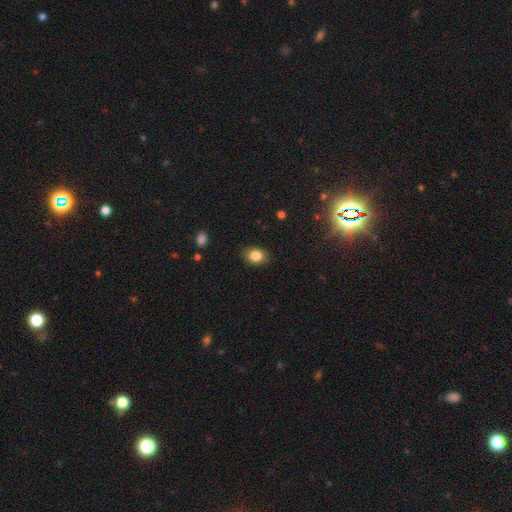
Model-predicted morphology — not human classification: Smooth or featured? Predicted: smooth (p=0.84). How rounded? Predicted: in between (p=0.65). Merging? Predicted: none (p=0.86).